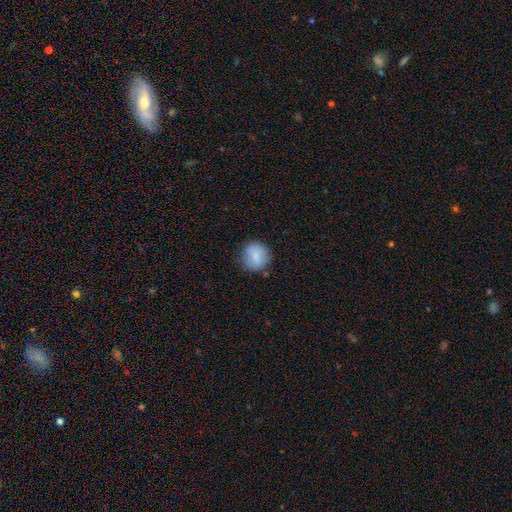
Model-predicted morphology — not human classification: type=smooth (80%); roundness=round (85%); merging=none (80%).